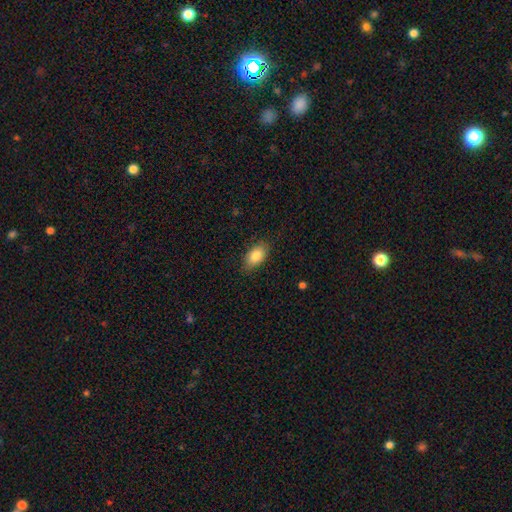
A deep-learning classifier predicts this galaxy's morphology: smooth 83%, featured or disk 10%, star or artifact 7%. Down the decision tree: how rounded — in between (90%); merging — none (83%).